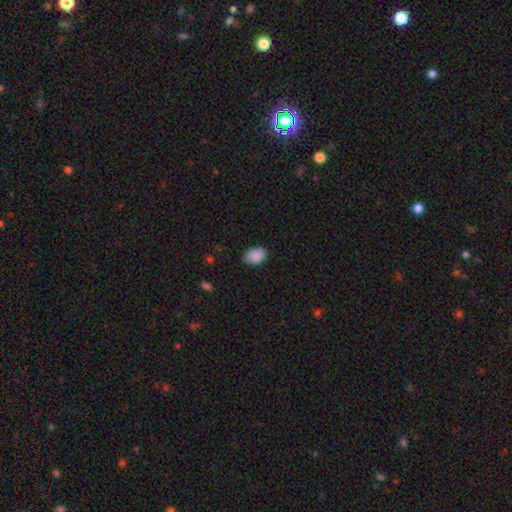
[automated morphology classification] smooth-or-featured: smooth: 89% | star or artifact: 7% | featured or disk: 3%
  how-rounded: in between: 82% | round: 17% | cigar-shaped: 1%
  merging: none: 83% | minor disturbance: 14% | major disturbance: 2% | merger: 1%